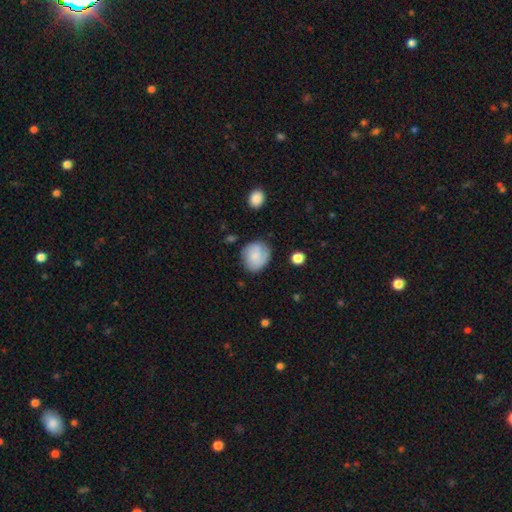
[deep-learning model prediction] The model was most divided on "smooth or featured": smooth: 64%, featured or disk: 28%, star or artifact: 8%. More confident: how rounded — round (74%); merging — none (74%).